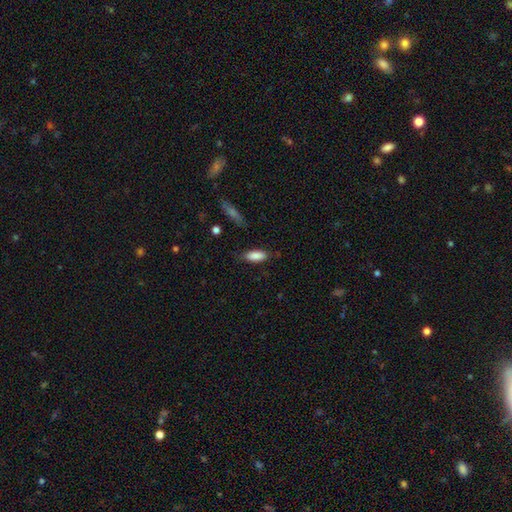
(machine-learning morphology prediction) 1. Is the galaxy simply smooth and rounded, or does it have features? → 88% smooth, 7% star or artifact, 5% featured or disk.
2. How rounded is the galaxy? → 79% in between, 19% cigar-shaped, 2% round.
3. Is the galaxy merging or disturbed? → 81% none, 15% minor disturbance, 3% major disturbance, 2% merger.